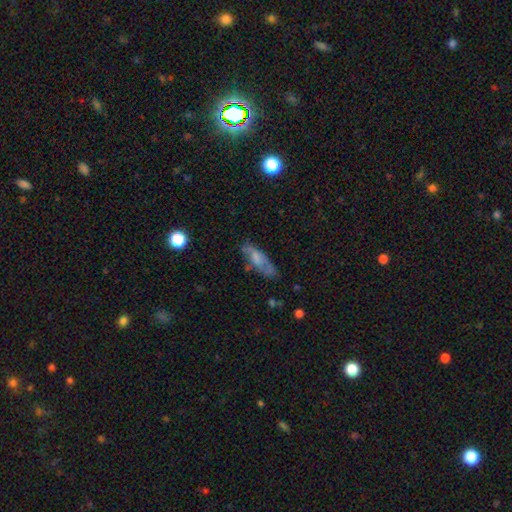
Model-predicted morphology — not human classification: Smooth or featured? Predicted: smooth (p=0.46). Merging? Predicted: none (p=0.68).